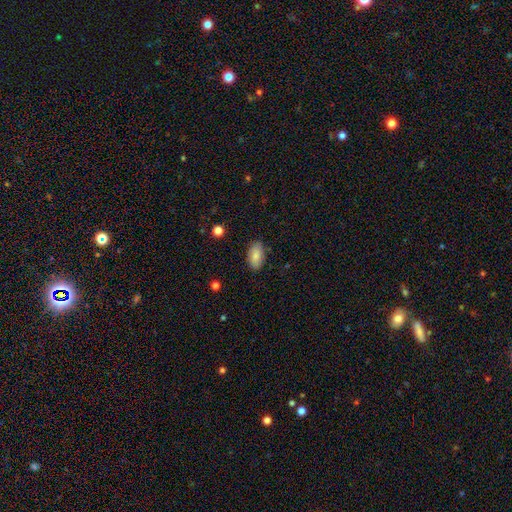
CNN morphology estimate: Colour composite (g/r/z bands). It shows a smooth galaxy with no disk features (84%) that is in between round and cigar-shaped (94%). Merging: none (84%).